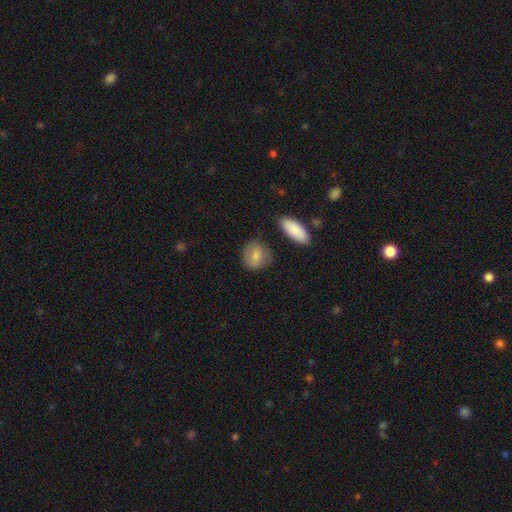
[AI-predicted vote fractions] Smooth or featured? Predicted: smooth (p=0.80). How rounded? Predicted: round (p=0.67). Merging? Predicted: none (p=0.76).